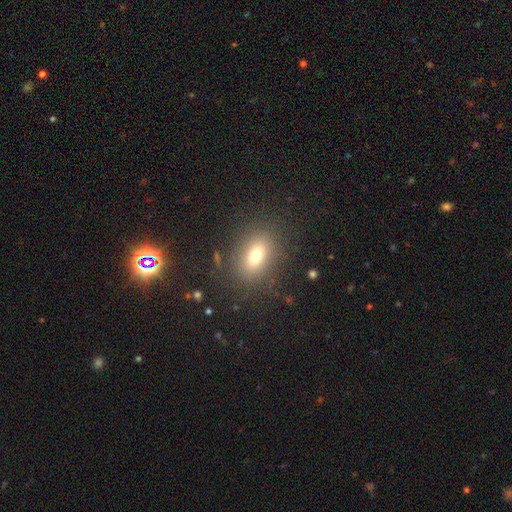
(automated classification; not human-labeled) Smooth or featured: smooth — 74% (featured or disk — 14%)
How rounded: in between — 75% (round — 22%)
Merging: none — 83% (minor disturbance — 10%)